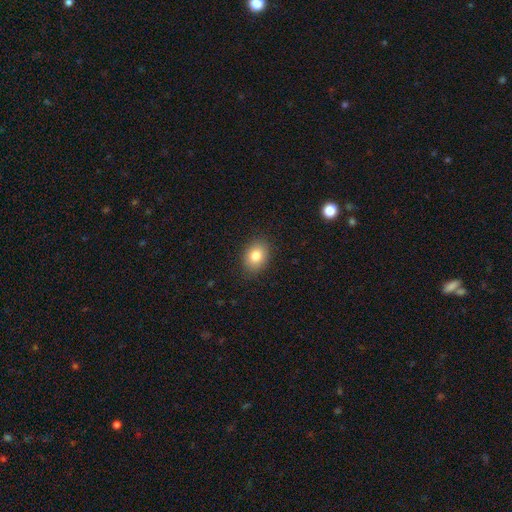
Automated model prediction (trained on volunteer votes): A smooth galaxy with no disk features (81%) that is in between round and cigar-shaped (66%).

Vote fractions:
- Smooth or featured? smooth: 81% / featured or disk: 10% / star or artifact: 9%
- How rounded? in between: 66% / round: 33% / cigar-shaped: 1%
- Merging? none: 87% / minor disturbance: 10% / major disturbance: 3% / merger: 1%